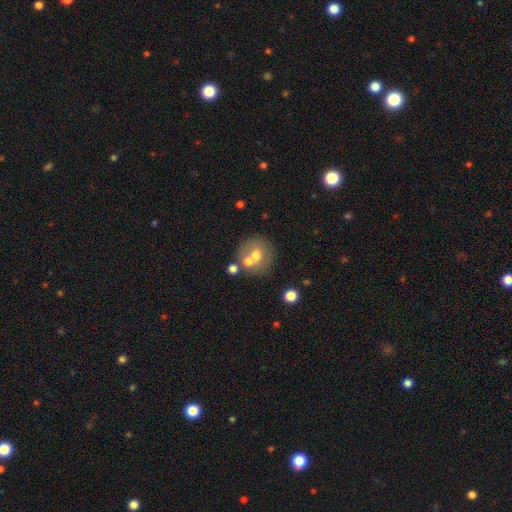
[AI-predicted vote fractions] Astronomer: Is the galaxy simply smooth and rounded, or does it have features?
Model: smooth — 60%.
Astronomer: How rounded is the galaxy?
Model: round — 87%.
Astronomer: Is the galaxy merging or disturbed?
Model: none — 56%.